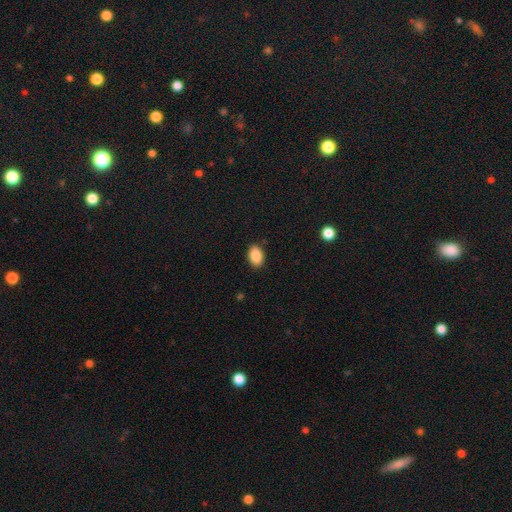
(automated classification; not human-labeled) This appears to be a smooth galaxy with no disk features (87%) that is in between round and cigar-shaped (86%). Merging: none (87%).